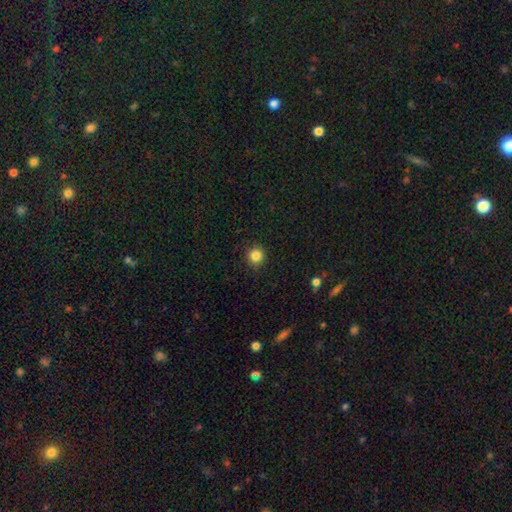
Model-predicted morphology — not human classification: A smooth galaxy with no disk features (85%) that is round (94%). Merging: none (91%).